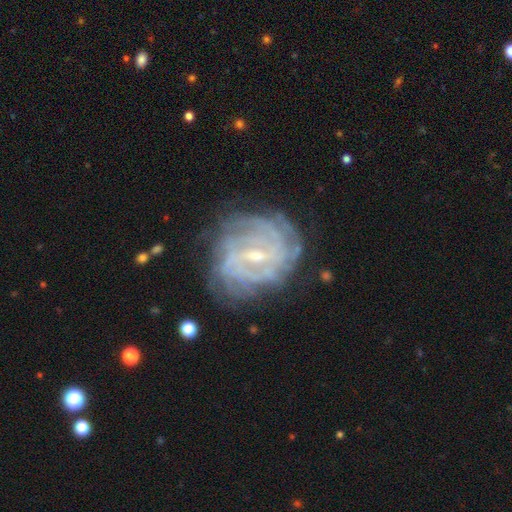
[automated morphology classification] A featured or disk galaxy (88%) with a weak bar (54%), tight (73%) spiral arms (96%) and a small central bulge (66%).

Vote fractions:
- Smooth or featured? featured or disk: 88% / star or artifact: 6% / smooth: 6%
- Edge-on disk? no: 97% / yes: 3%
- Bar? weak: 54% / strong: 30% / no: 16%
- Spiral arms? yes: 96% / no: 4%
- Spiral winding? tight: 73% / medium: 22% / loose: 5%
- Spiral arm count? can't tell: 33% / 4: 23% / more than 4: 14% / 3: 12% / 2: 11% / 1: 6%
- Bulge size? small: 66% / moderate: 29% / none: 3% / large: 1% / dominant: 1%
- Merging? none: 74% / minor disturbance: 17% / major disturbance: 7% / merger: 2%